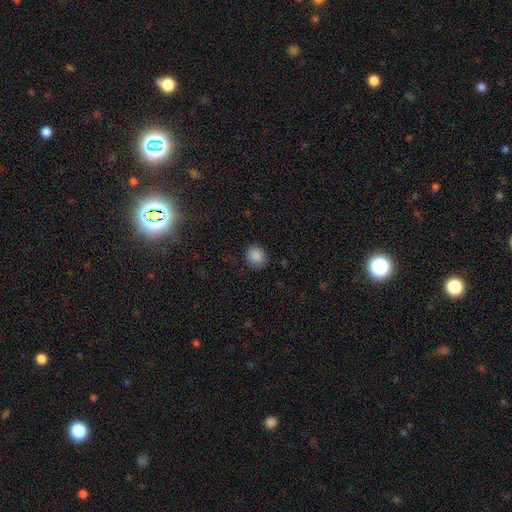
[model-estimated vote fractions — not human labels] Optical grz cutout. It shows a smooth galaxy with no disk features (87%) that is round (76%). Merging: none (88%).